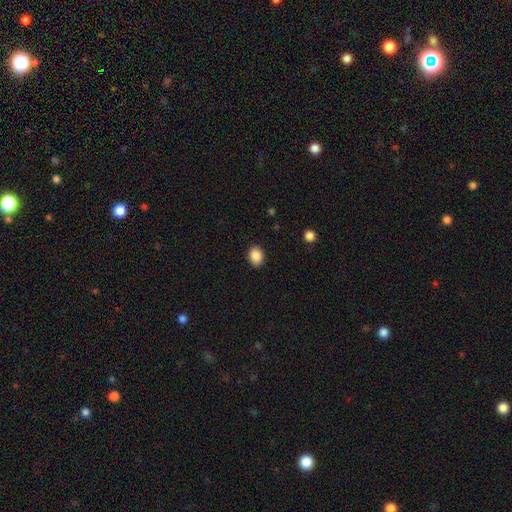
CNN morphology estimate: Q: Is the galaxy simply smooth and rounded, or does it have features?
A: smooth — 88%.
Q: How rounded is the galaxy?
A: in between — 63%.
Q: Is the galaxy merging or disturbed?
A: none — 90%.